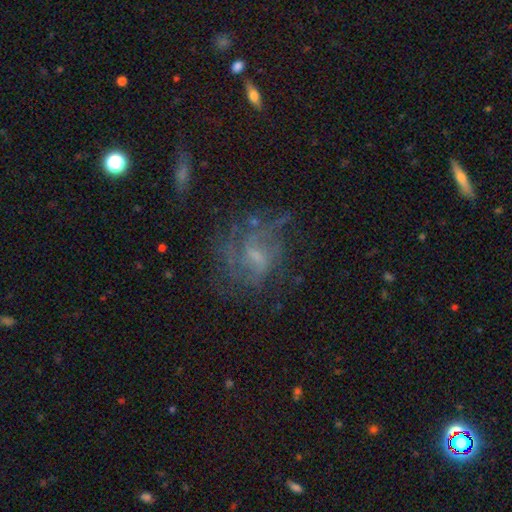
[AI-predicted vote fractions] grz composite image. It shows a featured or disk galaxy (68%) with a weak bar (48%), medium (43%) spiral arms (77%) and a small central bulge (51%). Merging: none (55%).